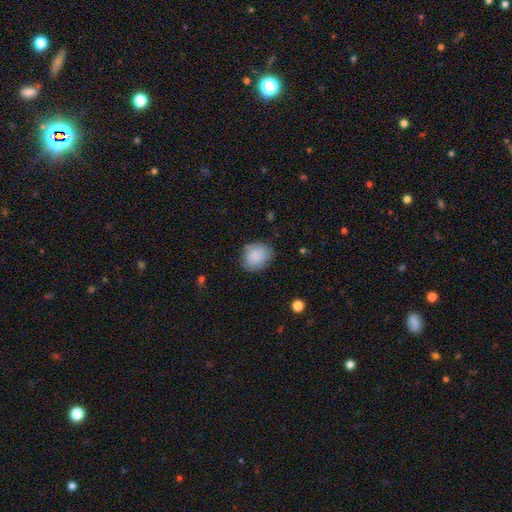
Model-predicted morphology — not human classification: smooth 81%, featured or disk 12%, star or artifact 7%. Down the decision tree: how rounded — round (55%); merging — none (71%).